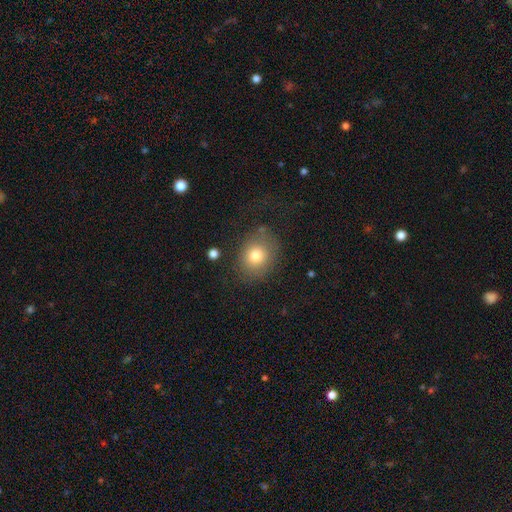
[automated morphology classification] Overall: smooth (77%). How rounded: round (59%; in between 40%). Merging: none (76%).